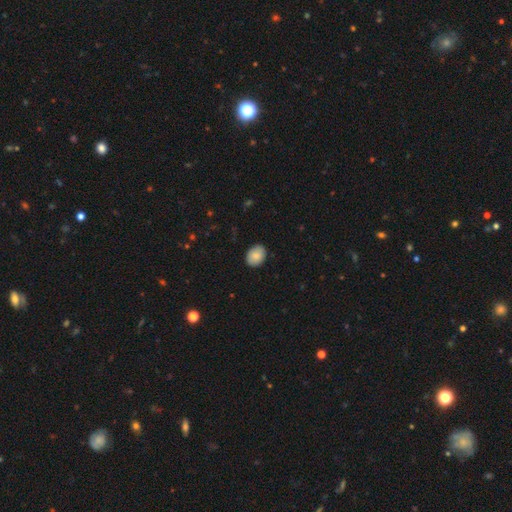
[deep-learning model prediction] Smooth or featured: smooth — 86% (star or artifact — 7%)
How rounded: in between — 65% (round — 34%)
Merging: none — 88% (minor disturbance — 9%)